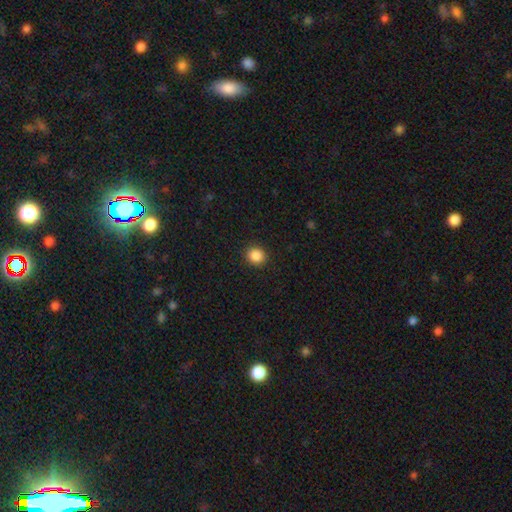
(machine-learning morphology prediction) This is clearly a smooth galaxy (87%). How rounded: clearly round (85%). Merging: clearly none (92%).